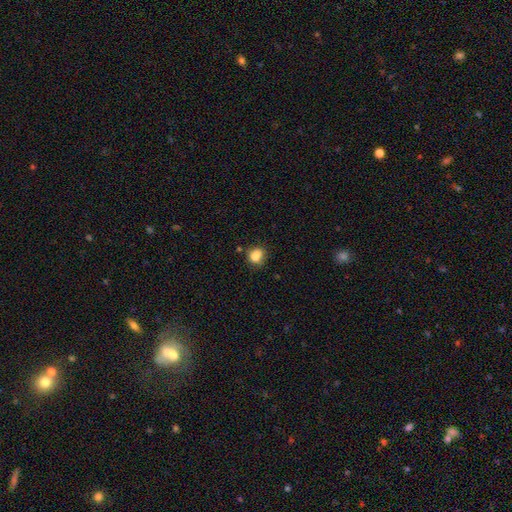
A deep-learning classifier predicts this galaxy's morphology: Overall: smooth (84%). How rounded: in between (50%; round 49%). Merging: none (64%).